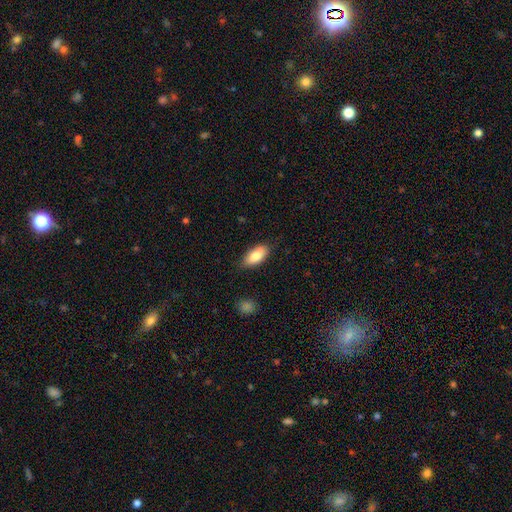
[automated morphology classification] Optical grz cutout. It shows a smooth galaxy with no disk features (80%) that is in between round and cigar-shaped (88%). Merging: none (82%).